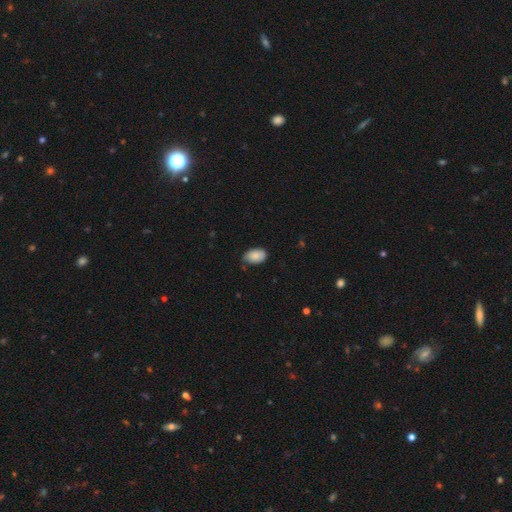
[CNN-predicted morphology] Overall: smooth (85%). How rounded: in between (92%). Merging: none (70%).